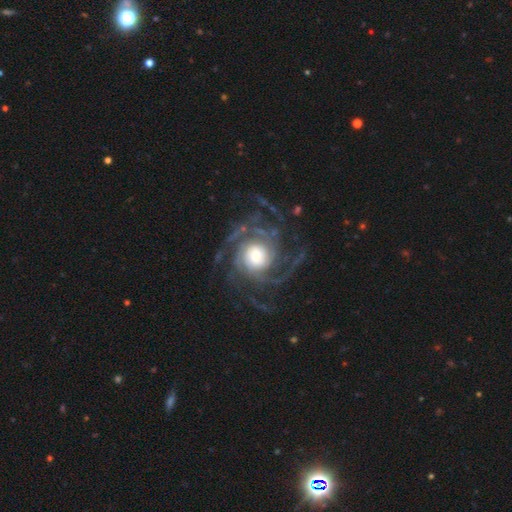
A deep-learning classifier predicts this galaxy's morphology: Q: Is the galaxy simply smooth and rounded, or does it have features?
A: featured or disk — 90%.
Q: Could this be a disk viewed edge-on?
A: no — 98%.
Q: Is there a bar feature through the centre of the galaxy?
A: no — 73%.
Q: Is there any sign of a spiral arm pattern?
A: yes — 98%.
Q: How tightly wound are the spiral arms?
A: tight — 58%.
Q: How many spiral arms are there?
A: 3 — 25%.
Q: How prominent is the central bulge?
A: large — 45%.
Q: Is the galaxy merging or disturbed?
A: none — 72%.